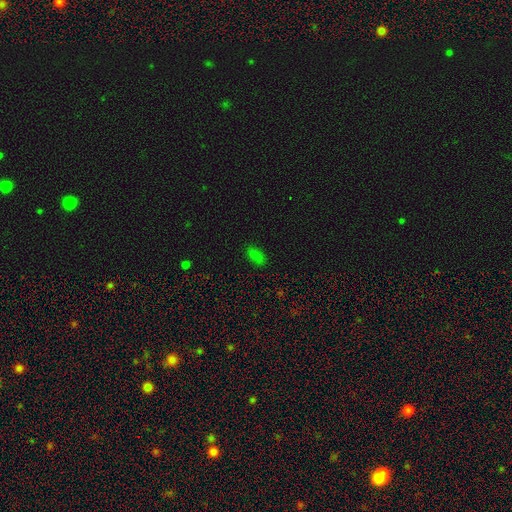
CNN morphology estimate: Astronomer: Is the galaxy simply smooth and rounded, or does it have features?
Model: smooth — 77%.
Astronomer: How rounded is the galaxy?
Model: in between — 89%.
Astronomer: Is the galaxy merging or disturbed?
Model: none — 84%.